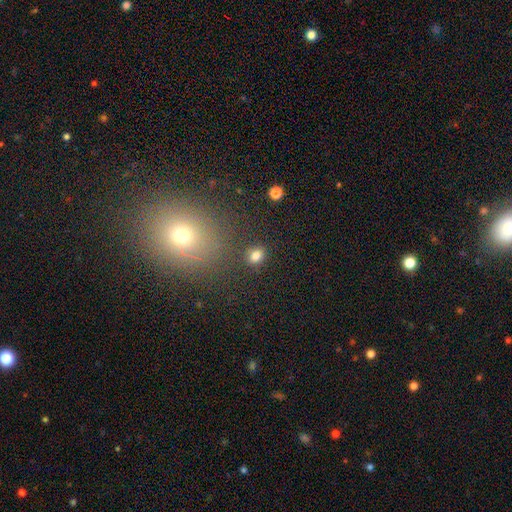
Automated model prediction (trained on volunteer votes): Smooth or featured: smooth — 81% (star or artifact — 13%)
How rounded: in between — 50% (round — 49%)
Merging: none — 83% (minor disturbance — 10%)